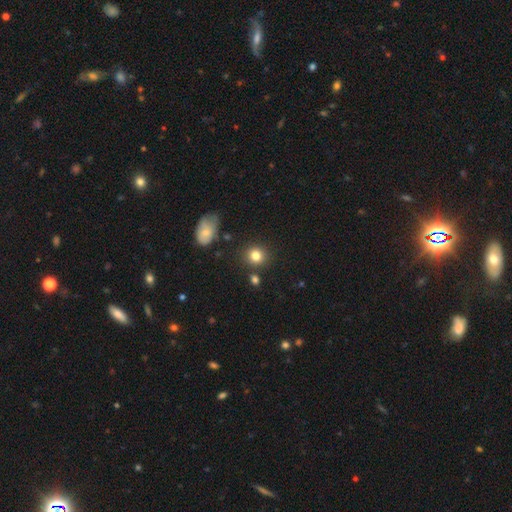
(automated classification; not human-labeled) Smooth or featured? smooth (82%)
How rounded? round (84%)
Merging? none (83%)